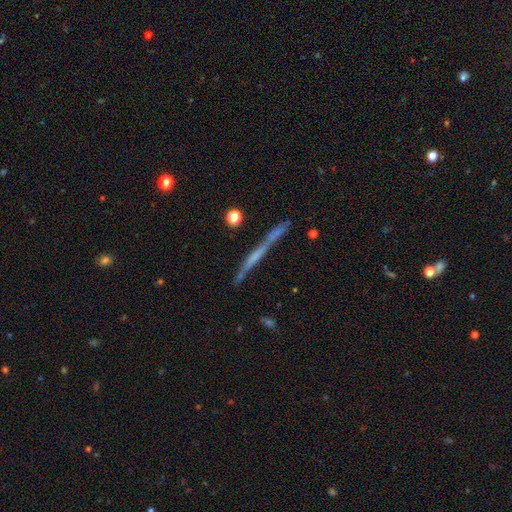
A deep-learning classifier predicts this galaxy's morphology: This is possibly a featured or disk galaxy (60%). It is clearly viewed edge-on (94%). Edge-on bulge: likely none (78%). Merging: likely none (77%).